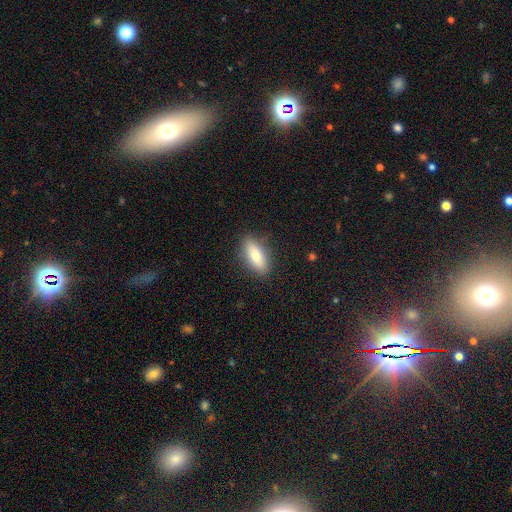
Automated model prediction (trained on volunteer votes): Smooth or featured: smooth — 75% (featured or disk — 18%)
How rounded: in between — 71% (cigar-shaped — 26%)
Merging: none — 85% (minor disturbance — 11%)